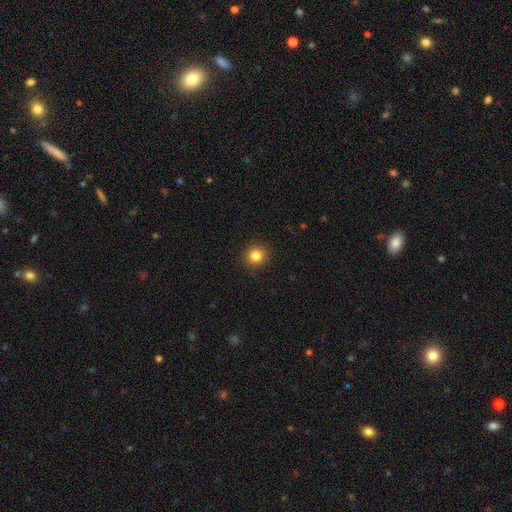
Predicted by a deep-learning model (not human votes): A smooth galaxy with no disk features (84%) that is round (91%). Merging: none (91%).